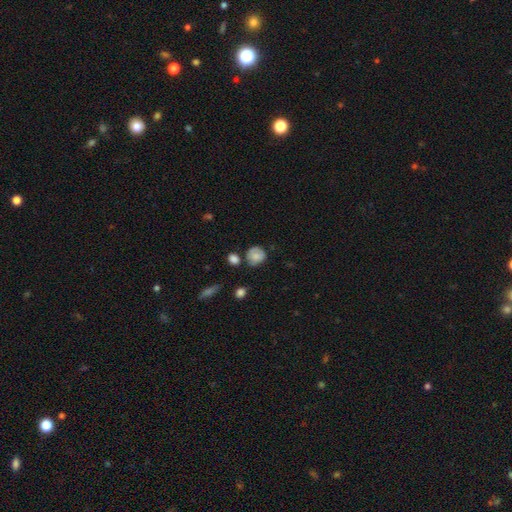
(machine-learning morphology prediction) A smooth galaxy with no disk features (74%) that is round (76%).

Vote fractions:
- Smooth or featured? smooth: 74% / featured or disk: 17% / star or artifact: 9%
- How rounded? round: 76% / in between: 23% / cigar-shaped: 1%
- Merging? none: 60% / minor disturbance: 25% / merger: 8% / major disturbance: 7%